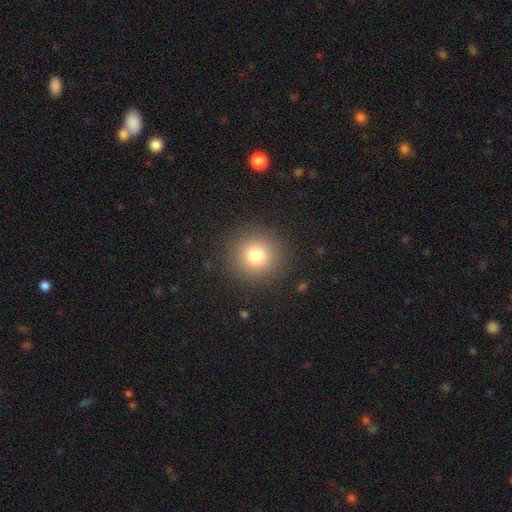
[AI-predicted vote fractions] Smooth or featured? smooth (78%)
How rounded? round (94%)
Merging? none (90%)